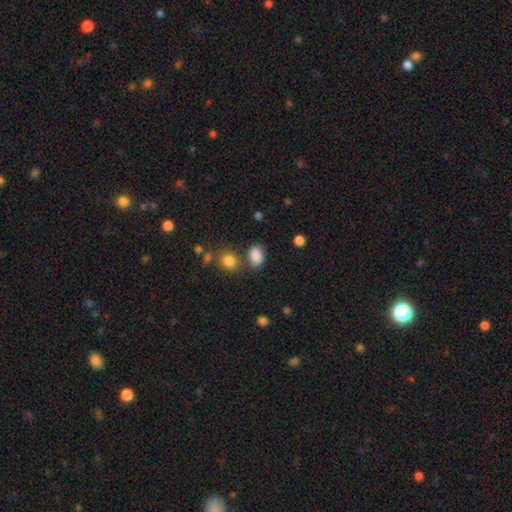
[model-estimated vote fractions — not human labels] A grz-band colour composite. It shows a smooth galaxy with no disk features (86%) that is in between round and cigar-shaped (77%). Merging: none (71%).